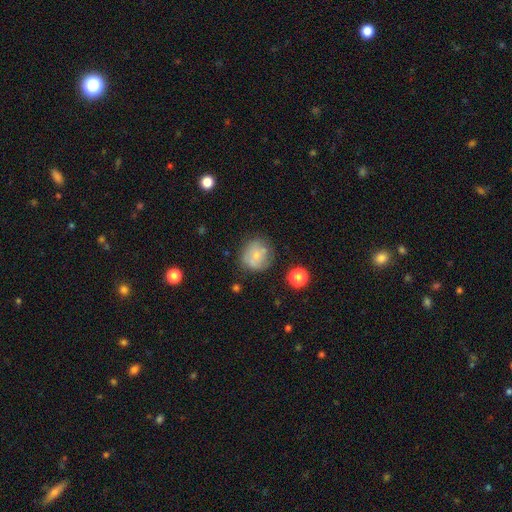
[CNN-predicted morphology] This is likely a smooth galaxy (67%). How rounded: clearly round (86%). Merging: likely none (64%).